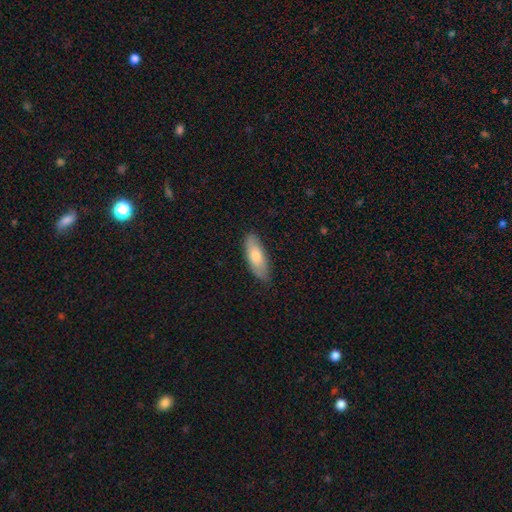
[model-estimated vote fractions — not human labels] smooth_or_featured: smooth (p=0.73) [alt: featured or disk p=0.22]
how_rounded: in between (p=0.72) [alt: cigar-shaped p=0.26]
merging: none (p=0.81) [alt: minor disturbance p=0.16]